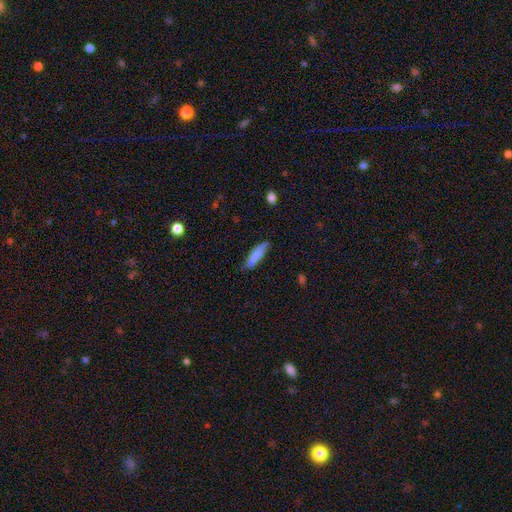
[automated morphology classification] type=smooth (79%); roundness=cigar-shaped (71%); merging=none (69%).